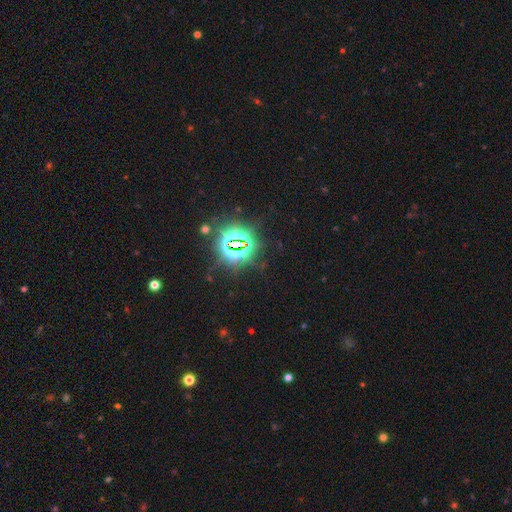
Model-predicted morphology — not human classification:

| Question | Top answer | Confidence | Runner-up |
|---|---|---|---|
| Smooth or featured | star or artifact | 85% | smooth (10%) |